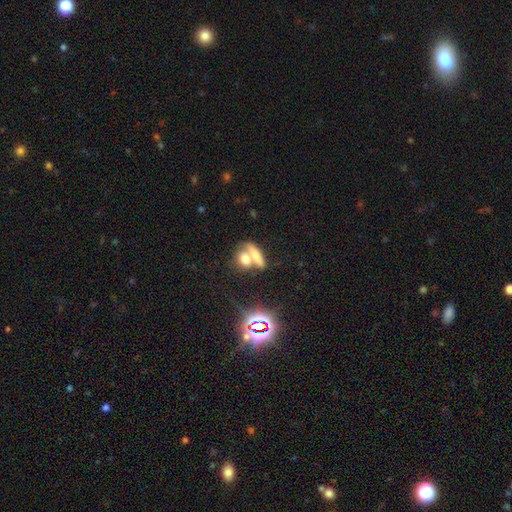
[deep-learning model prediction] This is likely a smooth galaxy (61%). How rounded: possibly in between (48%). Merging: possibly merger (54%).